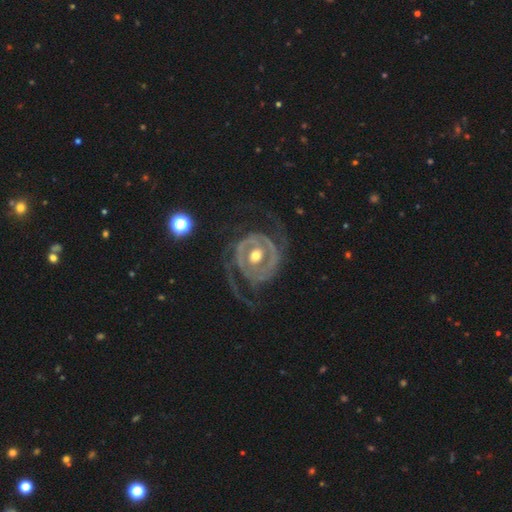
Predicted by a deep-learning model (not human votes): The model was most divided on "spiral arm count": 2: 44%, can't tell: 18%, 3: 16%, 1: 11%, 4: 6%, more than 4: 6%. More confident: edge-on disk — no (97%); spiral arms — yes (90%); smooth or featured — featured or disk (89%); bulge size — moderate (75%); bar — no (63%); spiral winding — tight (55%); merging — none (55%).